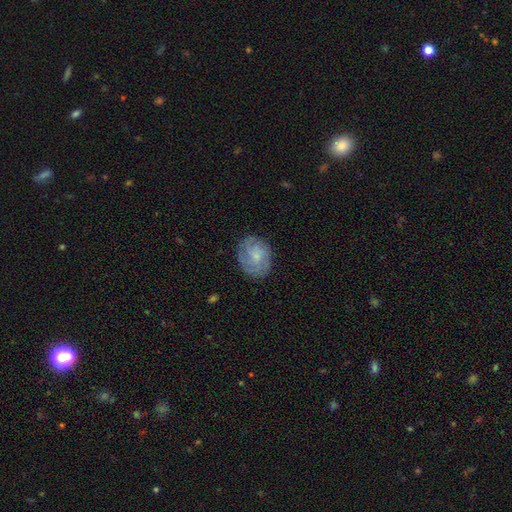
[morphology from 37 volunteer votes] This appears to be a featured or disk galaxy (51%) with no bar (76%), tight (67%) spiral arms (88%) and a small central bulge (53%). Merging: none (83%).